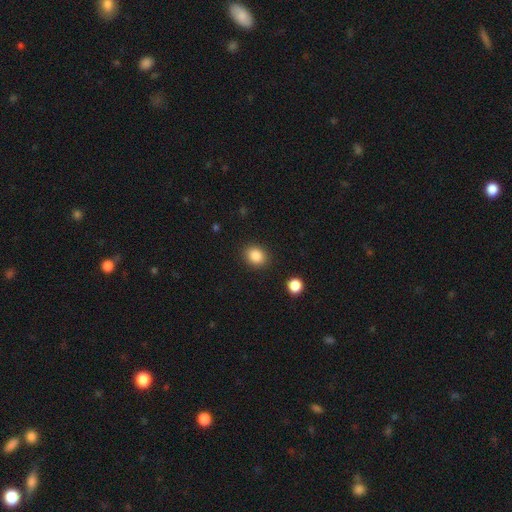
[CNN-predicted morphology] Smooth or featured? smooth (86%)
How rounded? round (61%)
Merging? none (88%)